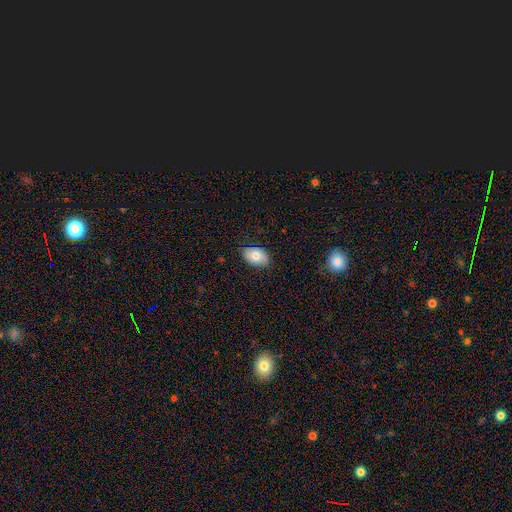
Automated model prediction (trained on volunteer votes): This is likely a smooth galaxy (79%). How rounded: clearly in between (86%). Merging: clearly none (82%).